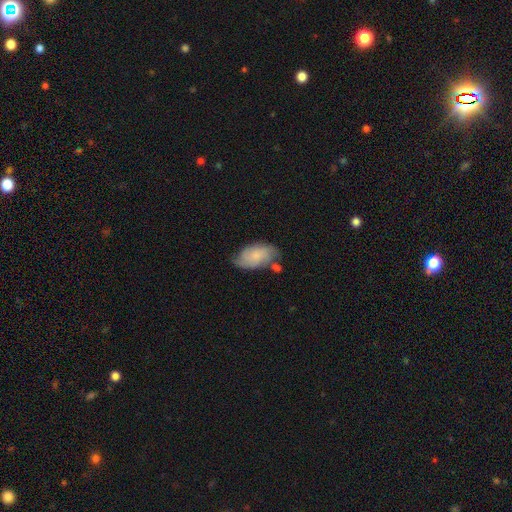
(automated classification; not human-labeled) Smooth or featured? smooth (64%)
How rounded? in between (94%)
Merging? none (51%)